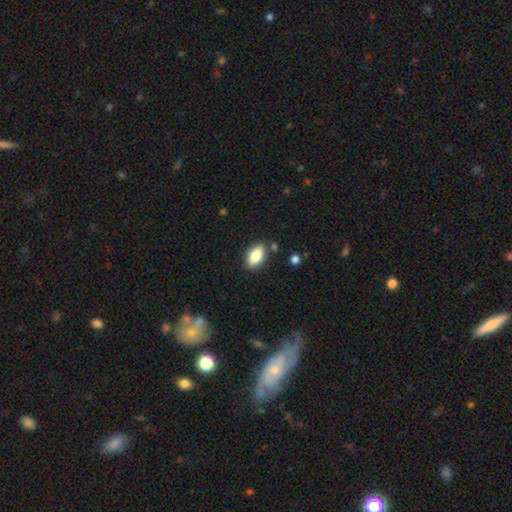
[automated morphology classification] A smooth galaxy with no disk features (84%) that is in between round and cigar-shaped (90%). Merging: none (84%).